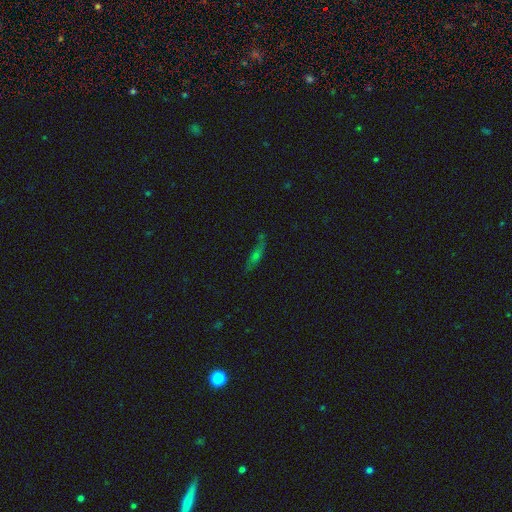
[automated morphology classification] Smooth or featured? Predicted: featured or disk (p=0.43). Merging? Predicted: none (p=0.69).